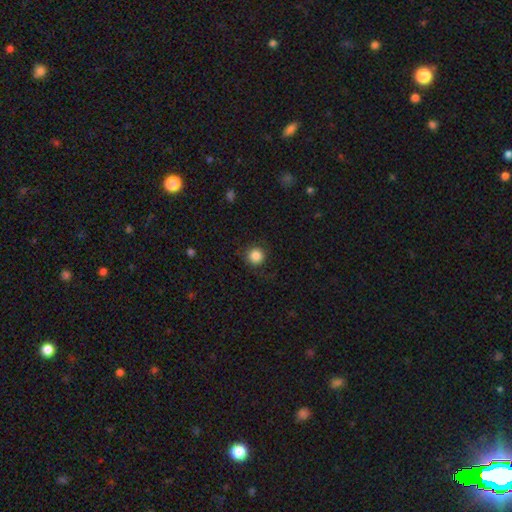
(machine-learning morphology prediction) This appears to be a smooth galaxy with no disk features (86%) that is round (95%). Merging: none (85%).